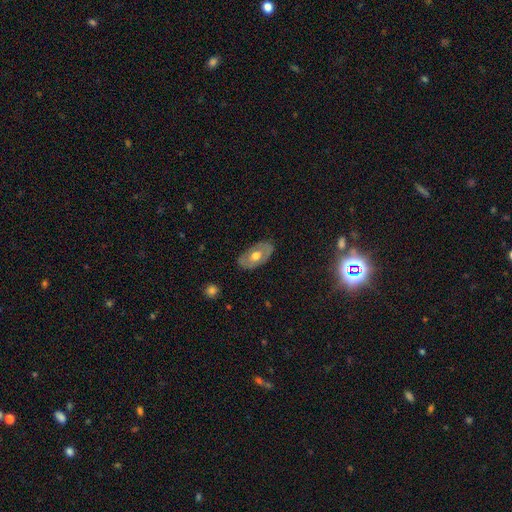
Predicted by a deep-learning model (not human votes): featured or disk 48%, smooth 46%, star or artifact 6%. Down the decision tree: merging — none (80%).